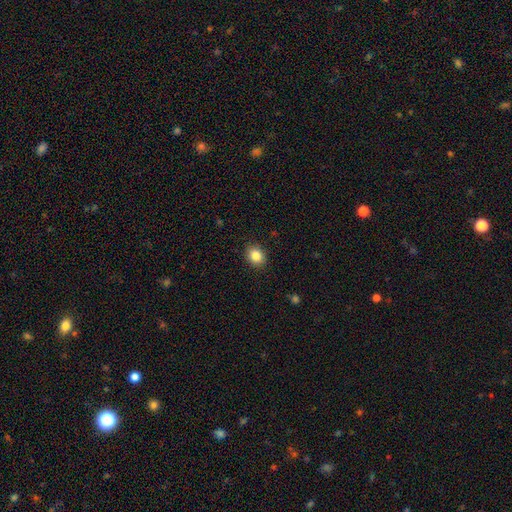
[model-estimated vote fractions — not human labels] The model was most divided on "how rounded": round: 58%, in between: 41%, cigar-shaped: 1%. More confident: merging — none (90%); smooth or featured — smooth (86%).